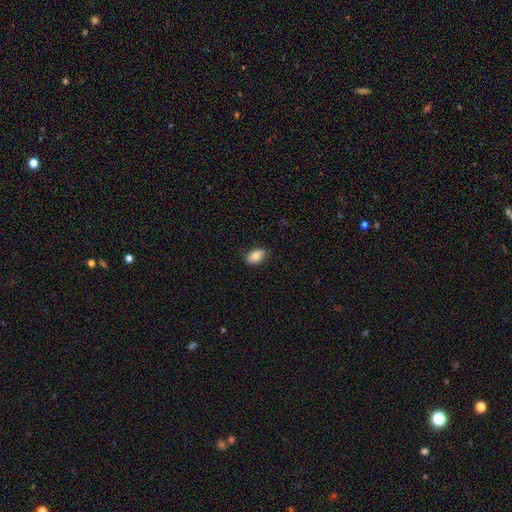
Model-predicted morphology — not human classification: This appears to be a smooth galaxy with no disk features (79%) that is in between round and cigar-shaped (88%). Merging: none (83%).